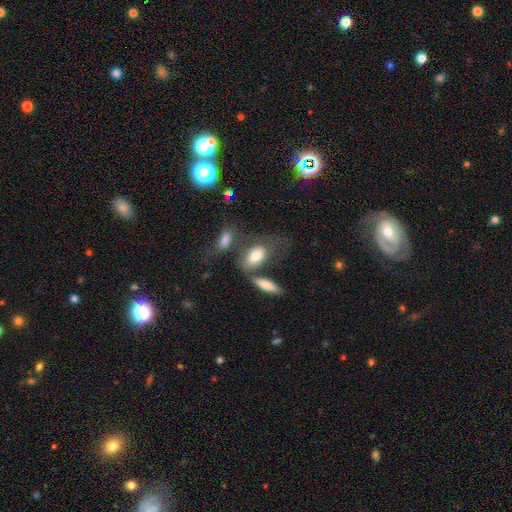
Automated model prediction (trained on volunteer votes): The model was most divided on "merging": none: 40%, merger: 28%, minor disturbance: 18%, major disturbance: 15%. More confident: how rounded — in between (87%); smooth or featured — smooth (75%).